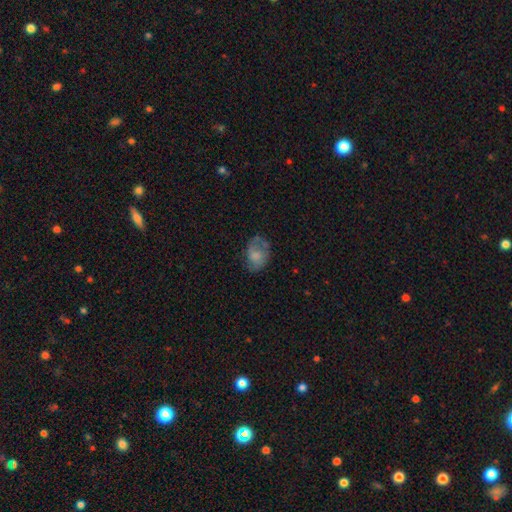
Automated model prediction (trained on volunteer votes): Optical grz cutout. It shows a smooth galaxy with no disk features (56%) that is in between round and cigar-shaped (70%). Merging: none (50%).